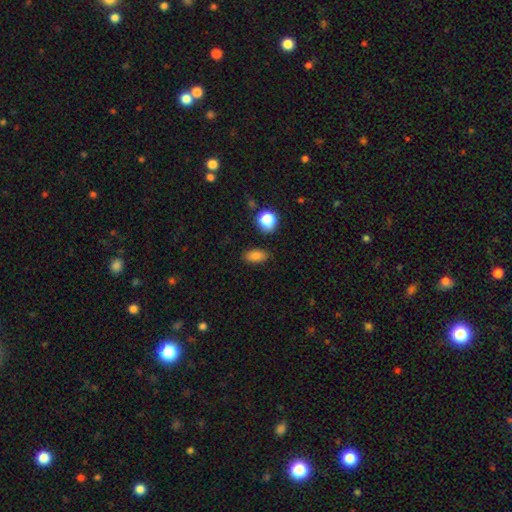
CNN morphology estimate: smooth_or_featured: smooth (p=0.82) [alt: star or artifact p=0.11]
how_rounded: in between (p=0.85) [alt: round p=0.11]
merging: none (p=0.82) [alt: minor disturbance p=0.12]